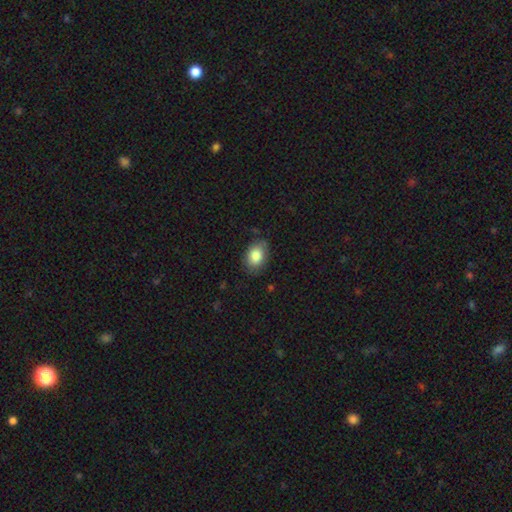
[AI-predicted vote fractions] A smooth galaxy with no disk features (82%) that is in between round and cigar-shaped (80%).

Vote fractions:
- Smooth or featured? smooth: 82% / featured or disk: 11% / star or artifact: 8%
- How rounded? in between: 80% / round: 19% / cigar-shaped: 1%
- Merging? none: 77% / minor disturbance: 18% / major disturbance: 4% / merger: 1%